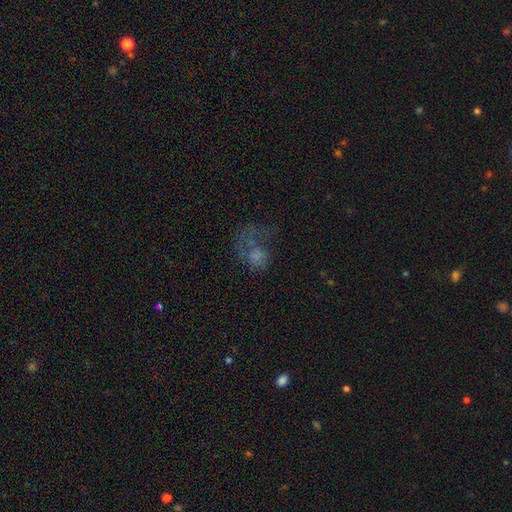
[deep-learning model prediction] Smooth or featured? Predicted: smooth (p=0.47). Merging? Predicted: major disturbance (p=0.58).